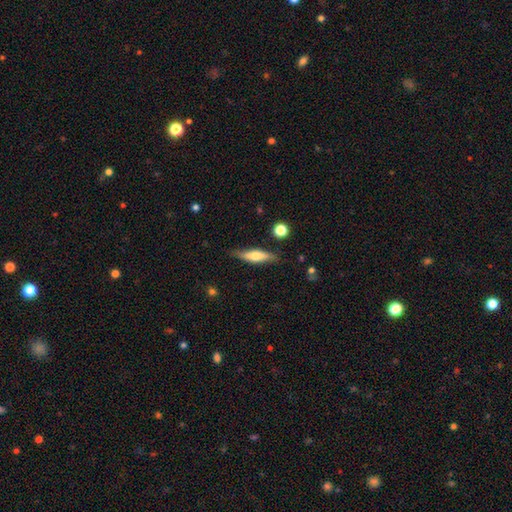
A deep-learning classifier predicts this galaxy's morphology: The model was most divided on "smooth or featured": smooth: 48%, featured or disk: 46%, star or artifact: 6%. More confident: merging — none (80%).